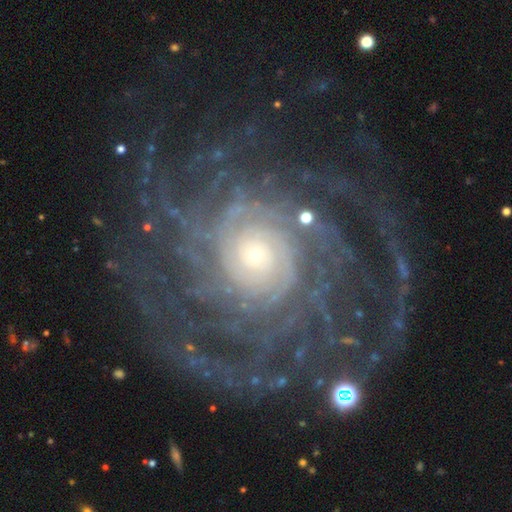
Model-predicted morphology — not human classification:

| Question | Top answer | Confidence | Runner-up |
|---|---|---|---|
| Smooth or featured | featured or disk | 90% | star or artifact (6%) |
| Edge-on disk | no | 98% | yes (2%) |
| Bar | no | 77% | weak (16%) |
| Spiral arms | yes | 98% | no (2%) |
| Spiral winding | tight | 74% | medium (19%) |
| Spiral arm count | more than 4 | 31% | can't tell (19%) |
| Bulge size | small | 55% | moderate (34%) |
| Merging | none | 74% | major disturbance (12%) |